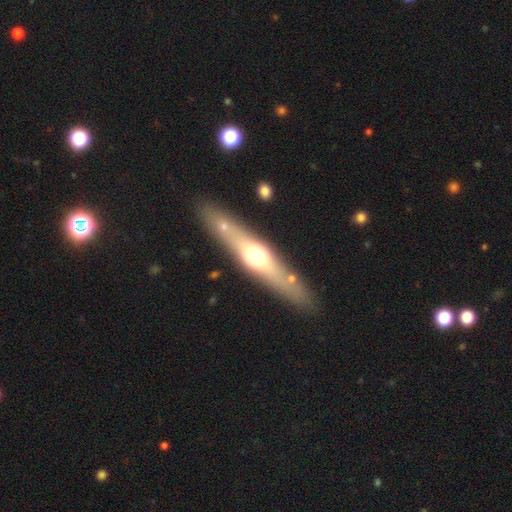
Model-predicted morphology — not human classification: smooth_or_featured: featured or disk (p=0.54) [alt: smooth p=0.40]
disk_edge_on: yes (p=0.88) [alt: no p=0.12]
merging: none (p=0.84) [alt: minor disturbance p=0.09]